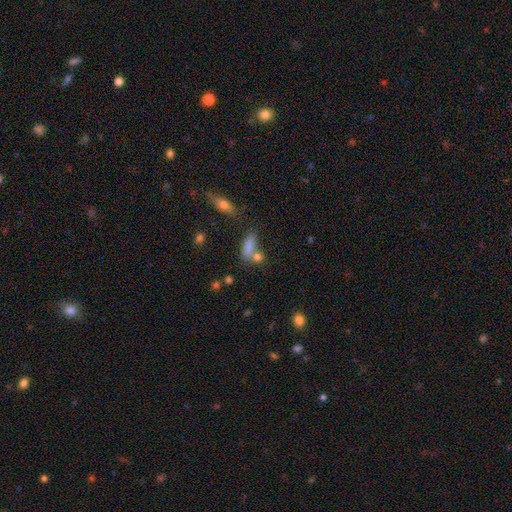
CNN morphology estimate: smooth_or_featured: smooth (p=0.68) [alt: star or artifact p=0.19]
how_rounded: in between (p=0.57) [alt: cigar-shaped p=0.30]
merging: none (p=0.51) [alt: merger p=0.30]